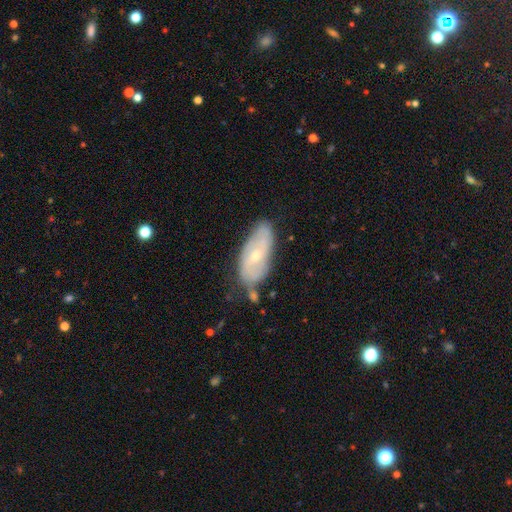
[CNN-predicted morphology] Smooth or featured: featured or disk — 61% (smooth — 32%)
Edge-on disk: no — 89% (yes — 11%)
Bar: no — 54% (weak — 35%)
Spiral arms: yes — 71% (no — 29%)
Bulge size: small — 59% (moderate — 38%)
Merging: none — 62% (minor disturbance — 25%)